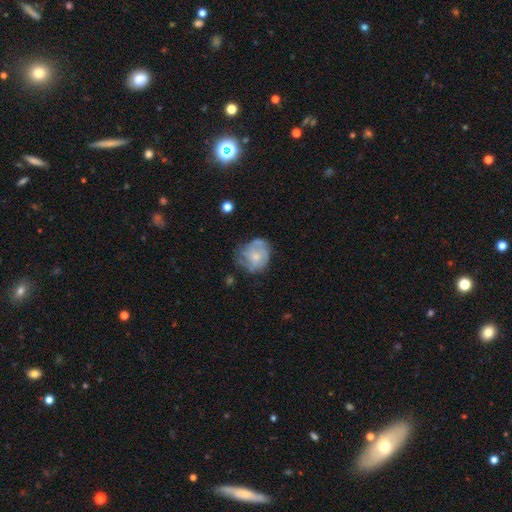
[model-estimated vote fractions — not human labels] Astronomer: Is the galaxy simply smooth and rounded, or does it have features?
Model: featured or disk — 56% (runner-up: smooth, 36%).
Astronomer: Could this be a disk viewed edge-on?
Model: no — 98%.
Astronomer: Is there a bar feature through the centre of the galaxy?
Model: no — 81%.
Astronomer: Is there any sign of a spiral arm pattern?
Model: yes — 62% (runner-up: no, 38%).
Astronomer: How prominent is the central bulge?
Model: small — 51% (runner-up: moderate, 36%).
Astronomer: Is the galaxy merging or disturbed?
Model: none — 55%.